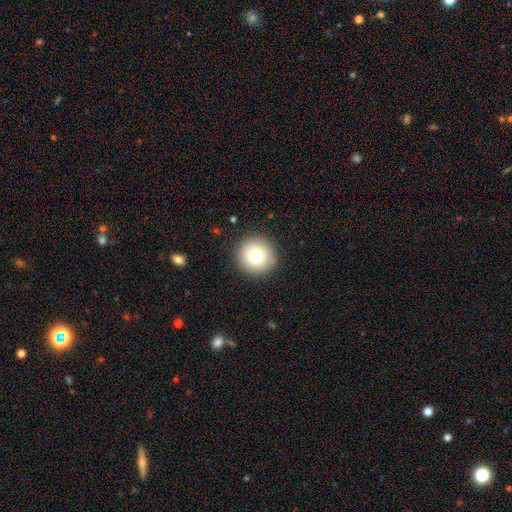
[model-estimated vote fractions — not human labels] Morphology: type=smooth (77%); roundness=round (95%); merging=none (91%).